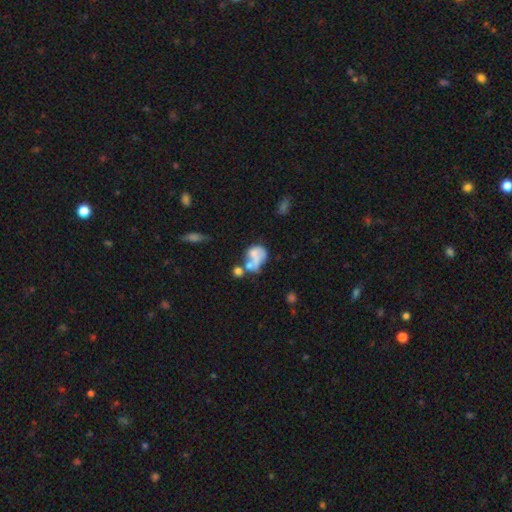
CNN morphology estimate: Overall: smooth (48%; featured or disk 41%). Merging: merger (48%; major disturbance 20%).